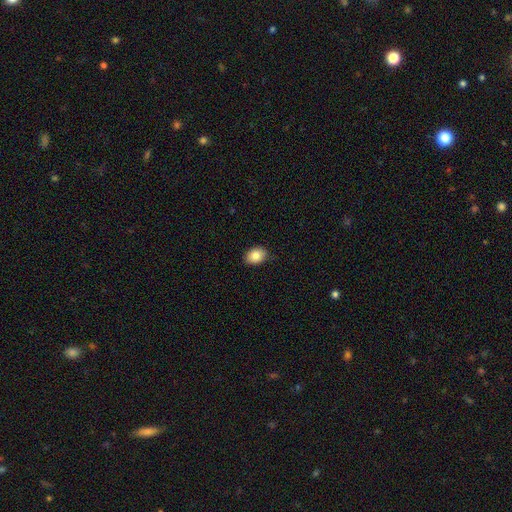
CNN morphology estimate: Smooth or featured: smooth — 84% (star or artifact — 8%)
How rounded: in between — 72% (round — 27%)
Merging: none — 87% (minor disturbance — 10%)